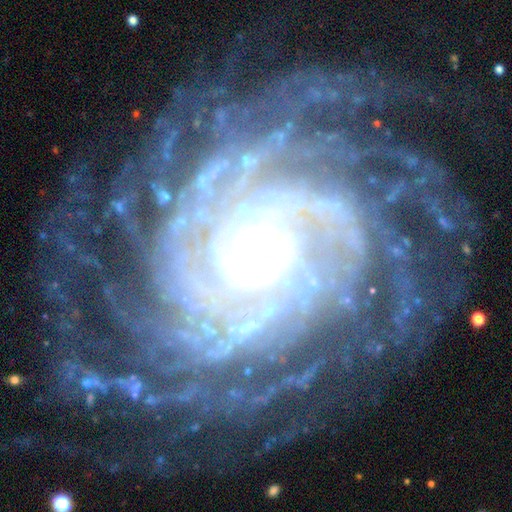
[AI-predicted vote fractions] The model was most divided on "bar" (2-way tie): no: 39%, weak: 39%, strong: 22%. Remaining: spiral arms — yes (99%); edge-on disk — no (98%); smooth or featured — featured or disk (93%); spiral winding — tight (78%); merging — none (77%); bulge size — moderate (46%); spiral arm count — more than 4 (36%).